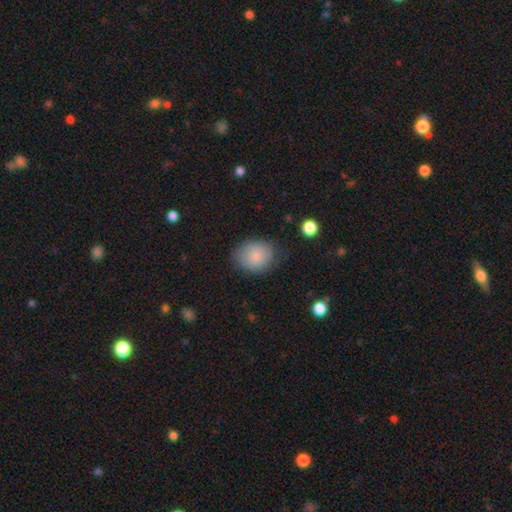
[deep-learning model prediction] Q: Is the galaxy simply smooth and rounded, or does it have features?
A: smooth — 78%.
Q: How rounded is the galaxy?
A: round — 59%.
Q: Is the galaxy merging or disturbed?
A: none — 71%.